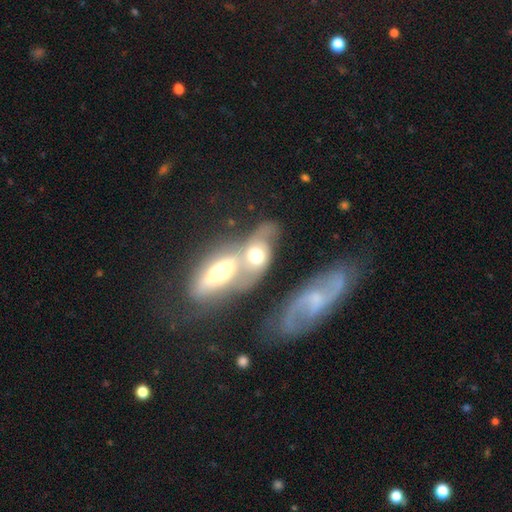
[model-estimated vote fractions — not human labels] The model was most divided on "smooth or featured": featured or disk: 47%, smooth: 45%, star or artifact: 9%. More confident: merging — merger (72%).